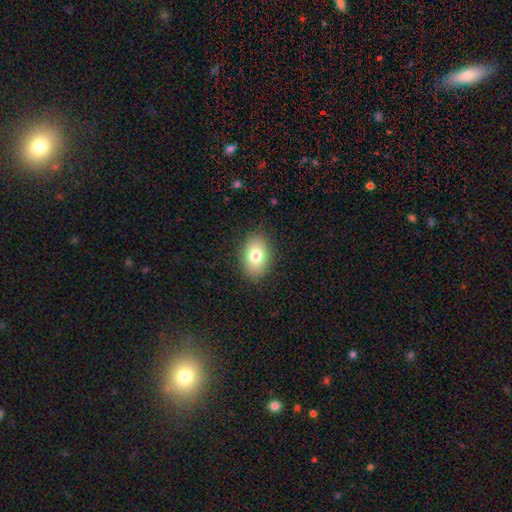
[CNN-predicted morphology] This appears to be a smooth galaxy with no disk features (78%) that is in between round and cigar-shaped (84%). Merging: none (88%).